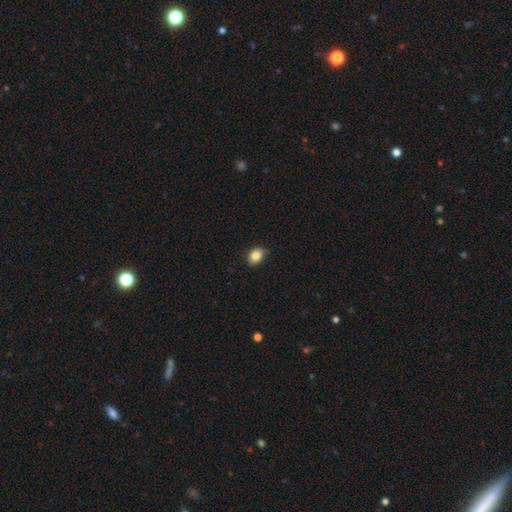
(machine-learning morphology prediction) A smooth galaxy with no disk features (85%) that is in between round and cigar-shaped (67%).

Vote fractions:
- Smooth or featured? smooth: 85% / star or artifact: 9% / featured or disk: 6%
- How rounded? in between: 67% / round: 32% / cigar-shaped: 1%
- Merging? none: 79% / minor disturbance: 17% / major disturbance: 3% / merger: 1%